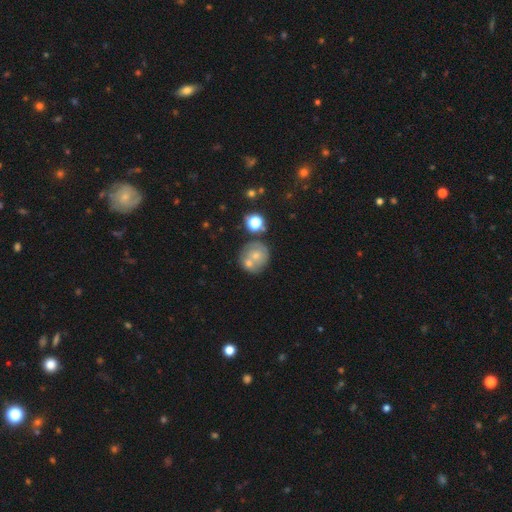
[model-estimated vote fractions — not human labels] This is possibly a smooth galaxy (57%). How rounded: clearly round (88%). Merging: marginally none (44%).